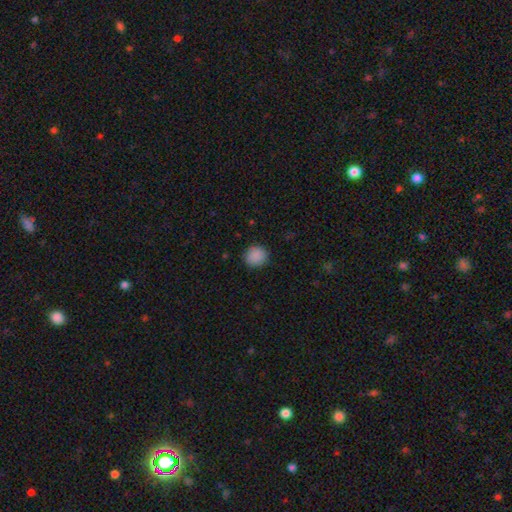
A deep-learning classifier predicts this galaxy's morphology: smooth-or-featured: smooth: 89% | star or artifact: 8% | featured or disk: 3%
  how-rounded: round: 89% | in between: 10% | cigar-shaped: 1%
  merging: none: 90% | minor disturbance: 7% | major disturbance: 2% | merger: 1%